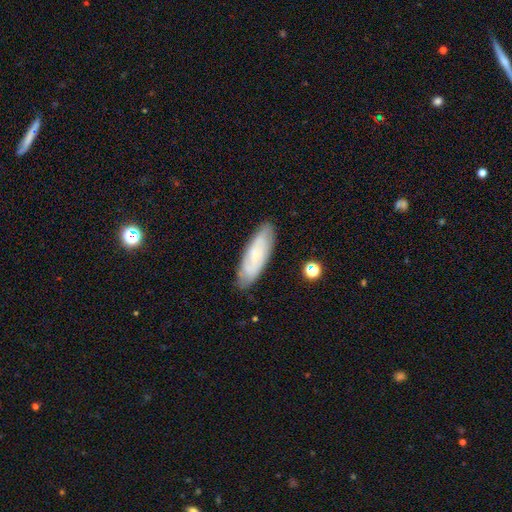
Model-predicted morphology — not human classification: The model was most divided on "smooth or featured": featured or disk: 49%, smooth: 44%, star or artifact: 7%. More confident: merging — none (81%).